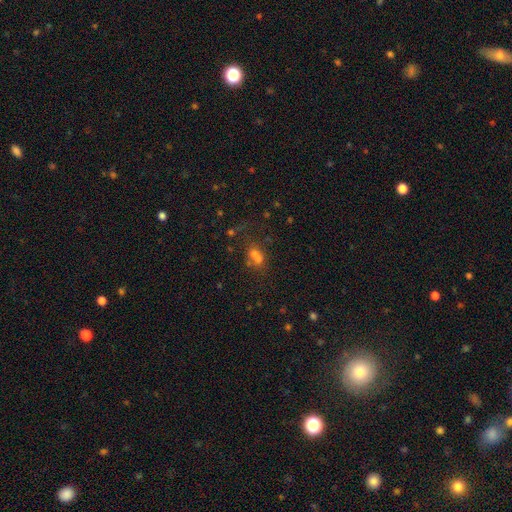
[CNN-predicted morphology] A smooth galaxy with no disk features (53%) that is round (57%).

Vote fractions:
- Smooth or featured? smooth: 53% / star or artifact: 29% / featured or disk: 18%
- How rounded? round: 57% / in between: 41% / cigar-shaped: 2%
- Merging? merger: 51% / none: 34% / minor disturbance: 9% / major disturbance: 7%